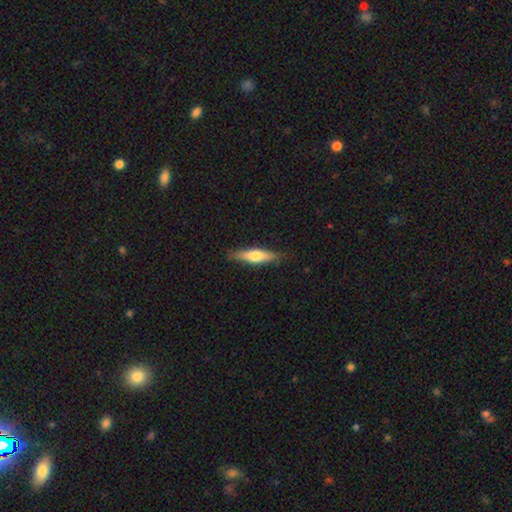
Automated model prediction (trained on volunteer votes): smooth-or-featured: smooth: 53% | featured or disk: 42% | star or artifact: 6%
  how-rounded: cigar-shaped: 76% | in between: 22% | round: 2%
  merging: none: 86% | minor disturbance: 11% | major disturbance: 2% | merger: 1%